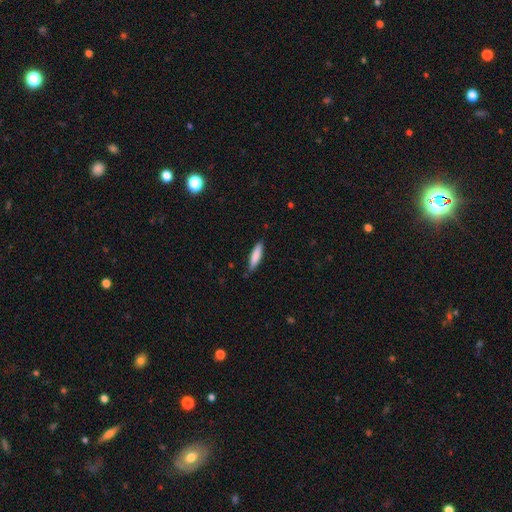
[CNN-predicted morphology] Smooth or featured? Predicted: smooth (p=0.81). How rounded? Predicted: cigar-shaped (p=0.75). Merging? Predicted: none (p=0.82).